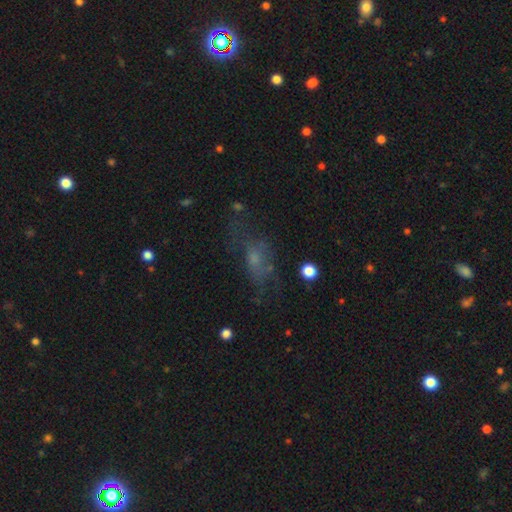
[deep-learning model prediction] Overall: smooth (35%; featured or disk 34%). Merging: none (56%; minor disturbance 21%).